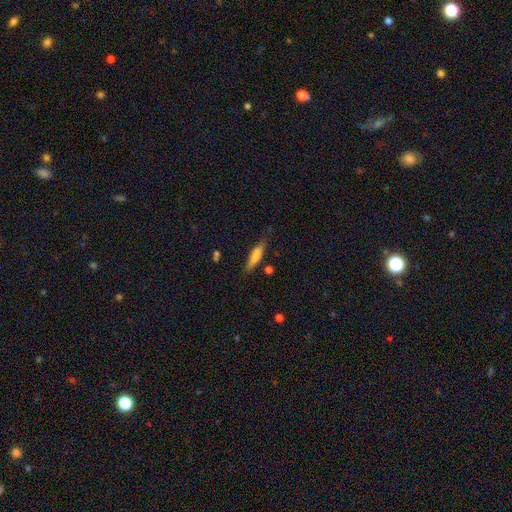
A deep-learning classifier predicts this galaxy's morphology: A smooth galaxy with no disk features (68%) that is cigar-shaped (78%). Merging: none (77%).